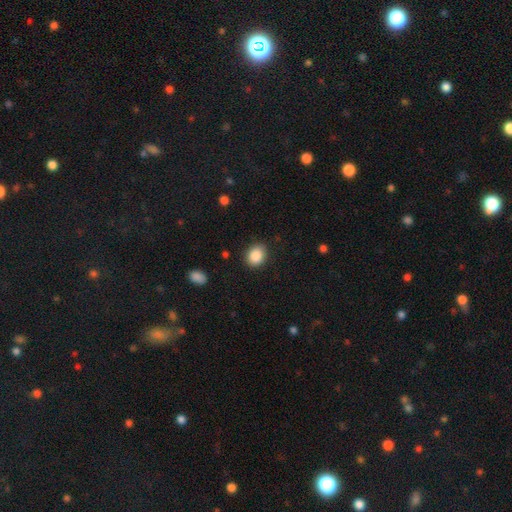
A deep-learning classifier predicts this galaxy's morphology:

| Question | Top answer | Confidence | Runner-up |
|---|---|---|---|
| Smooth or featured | smooth | 88% | star or artifact (8%) |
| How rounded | round | 56% | in between (43%) |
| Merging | none | 85% | minor disturbance (10%) |